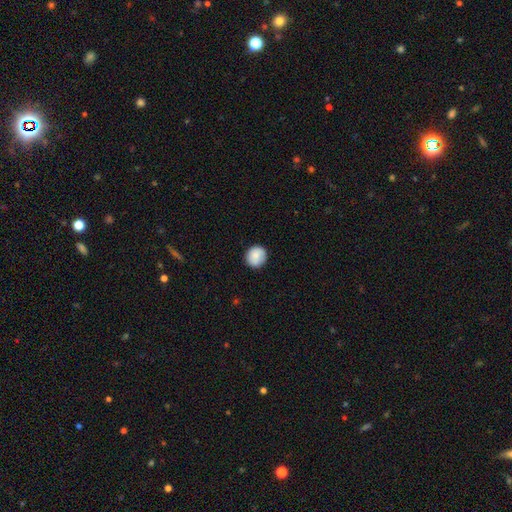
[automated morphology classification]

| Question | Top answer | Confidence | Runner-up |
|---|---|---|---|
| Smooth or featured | smooth | 83% | featured or disk (10%) |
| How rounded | round | 88% | in between (11%) |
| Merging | none | 88% | minor disturbance (9%) |